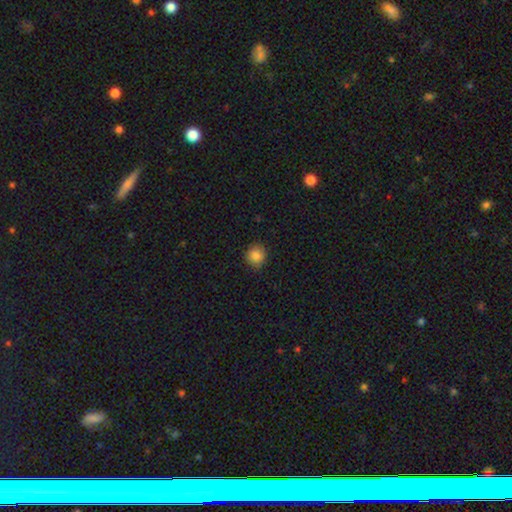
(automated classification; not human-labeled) Morphology: type=smooth (86%); roundness=round (86%); merging=none (84%).